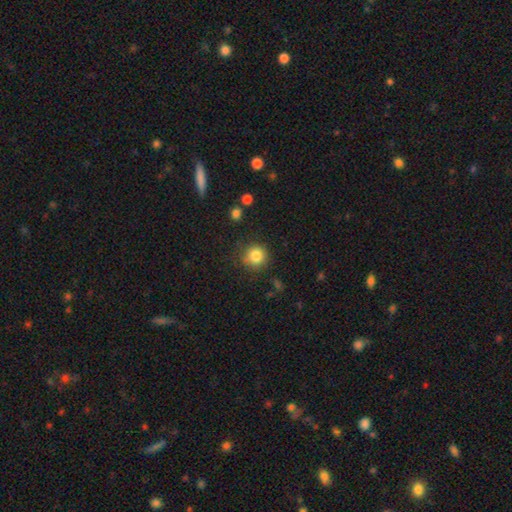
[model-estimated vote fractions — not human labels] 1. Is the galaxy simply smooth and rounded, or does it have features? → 84% smooth, 10% star or artifact, 5% featured or disk.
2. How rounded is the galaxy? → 92% round, 7% in between, 1% cigar-shaped.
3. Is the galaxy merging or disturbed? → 83% none, 11% minor disturbance, 4% major disturbance, 2% merger.